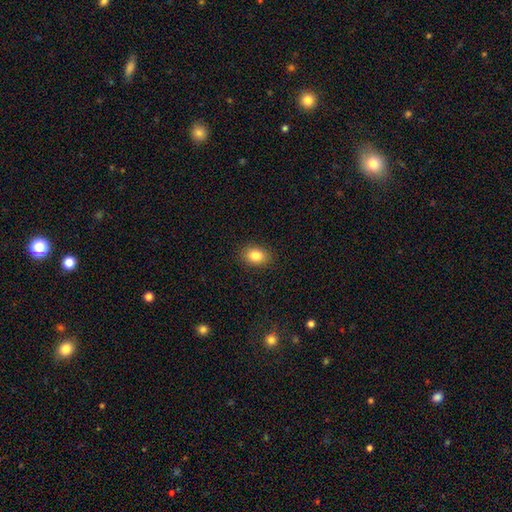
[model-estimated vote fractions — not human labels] Smooth or featured?
  - smooth: 84% *
  - star or artifact: 9%
  - featured or disk: 6%
How rounded?
  - in between: 72% *
  - round: 27%
  - cigar-shaped: 1%
Merging?
  - none: 89% *
  - minor disturbance: 8%
  - major disturbance: 2%
  - merger: 1%